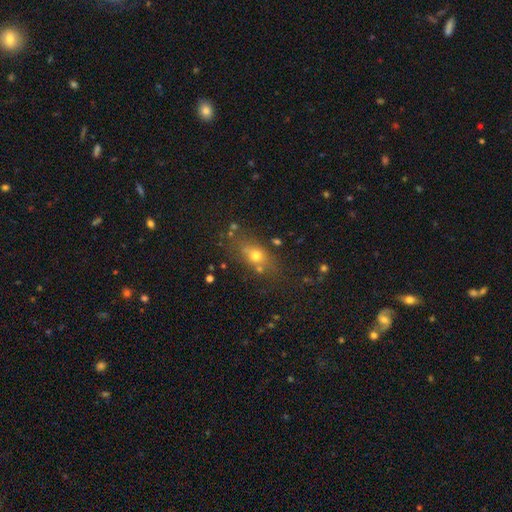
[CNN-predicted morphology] Smooth or featured?
  - smooth: 62% *
  - featured or disk: 19%
  - star or artifact: 19%
How rounded?
  - in between: 54% *
  - round: 36%
  - cigar-shaped: 10%
Merging?
  - none: 69% *
  - minor disturbance: 15%
  - merger: 9%
  - major disturbance: 7%